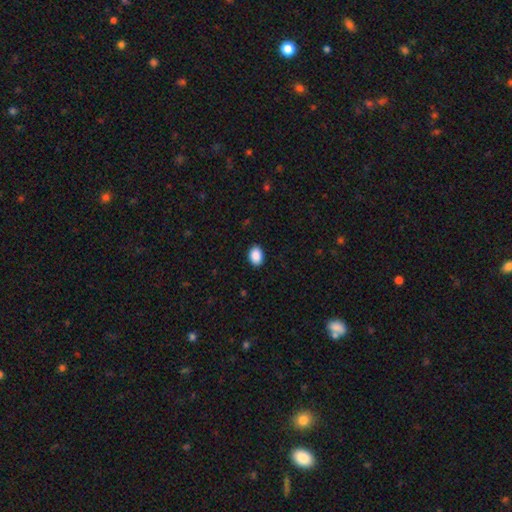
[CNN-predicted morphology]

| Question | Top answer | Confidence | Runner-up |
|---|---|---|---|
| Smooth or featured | smooth | 90% | star or artifact (7%) |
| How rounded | in between | 76% | round (23%) |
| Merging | none | 90% | minor disturbance (7%) |